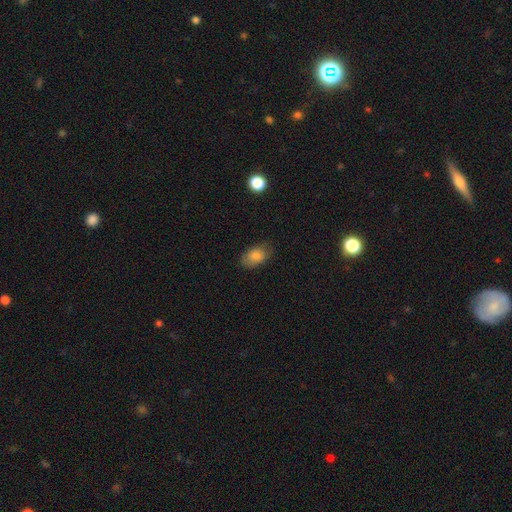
This is clearly a smooth galaxy (95%). How rounded: clearly in between (91%). Merging: likely none (68%).